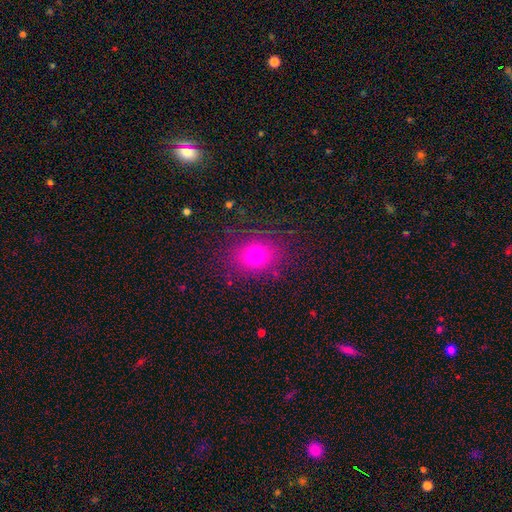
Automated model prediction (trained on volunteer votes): A smooth galaxy with no disk features (72%) that is round (54%).

Vote fractions:
- Smooth or featured? smooth: 72% / star or artifact: 16% / featured or disk: 12%
- How rounded? round: 54% / in between: 45% / cigar-shaped: 1%
- Merging? none: 81% / minor disturbance: 12% / major disturbance: 6% / merger: 2%